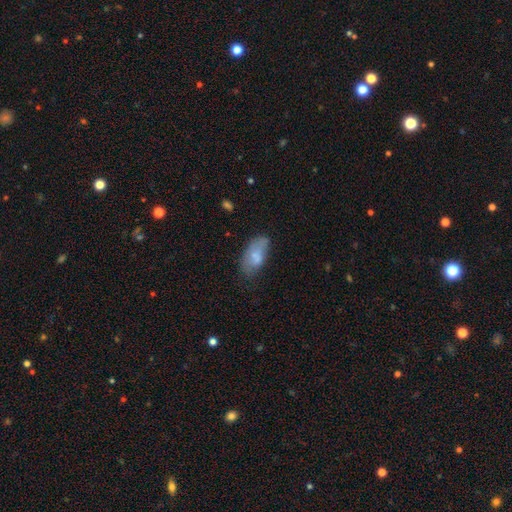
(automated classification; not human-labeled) A smooth galaxy with no disk features (72%) that is in between round and cigar-shaped (92%).

Vote fractions:
- Smooth or featured? smooth: 72% / featured or disk: 20% / star or artifact: 8%
- How rounded? in between: 92% / cigar-shaped: 6% / round: 3%
- Merging? none: 49% / minor disturbance: 32% / major disturbance: 13% / merger: 6%